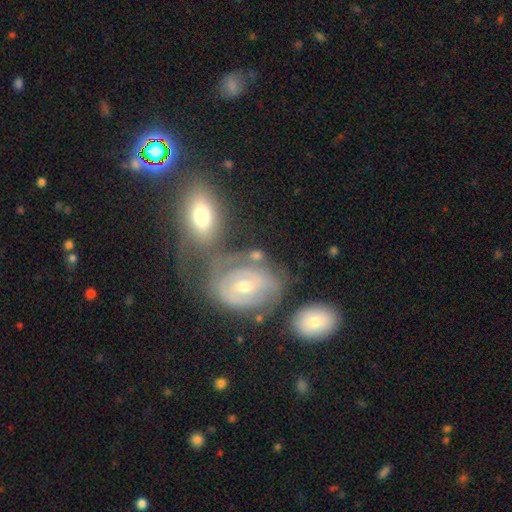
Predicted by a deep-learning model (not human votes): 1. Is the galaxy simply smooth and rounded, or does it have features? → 61% featured or disk, 31% smooth, 8% star or artifact.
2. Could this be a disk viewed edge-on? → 94% no, 6% yes.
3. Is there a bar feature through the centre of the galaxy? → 53% no, 34% weak, 13% strong.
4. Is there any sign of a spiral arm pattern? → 63% yes, 37% no.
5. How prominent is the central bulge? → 60% moderate, 33% small, 4% large, 2% none, 1% dominant.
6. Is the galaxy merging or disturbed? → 44% none, 24% merger, 20% minor disturbance, 12% major disturbance.